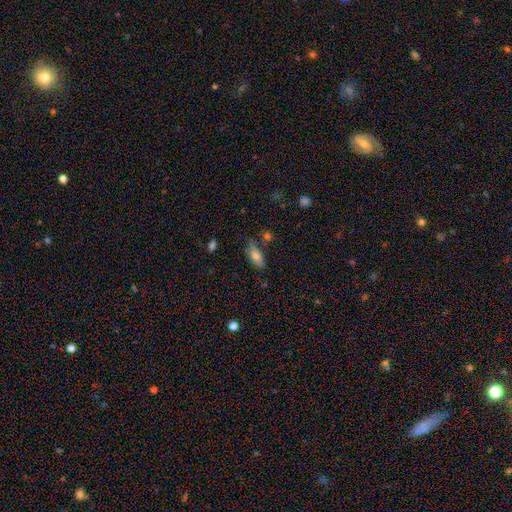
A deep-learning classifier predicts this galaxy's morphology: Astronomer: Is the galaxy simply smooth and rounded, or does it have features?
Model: smooth — 74%.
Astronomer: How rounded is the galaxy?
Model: in between — 77%.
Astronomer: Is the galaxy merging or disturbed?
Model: none — 66%.